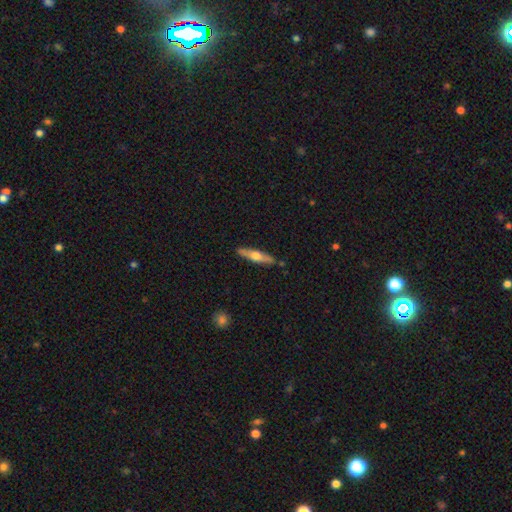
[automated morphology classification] Q: Smooth or featured?
A: featured or disk (52%); runner-up: smooth (43%)
Q: Edge-on disk?
A: yes (92%); runner-up: no (8%)
Q: Merging?
A: none (86%); runner-up: minor disturbance (10%)